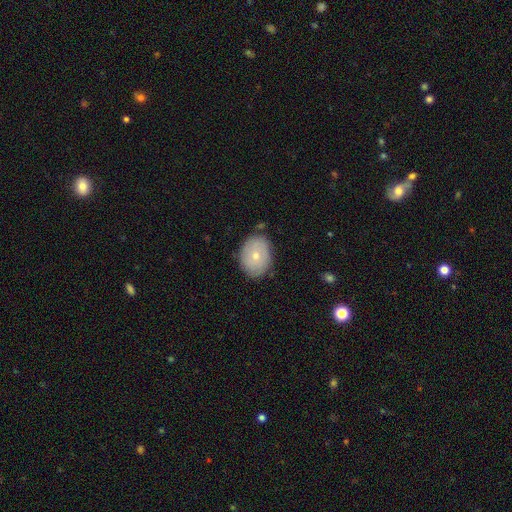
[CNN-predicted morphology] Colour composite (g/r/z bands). It shows a smooth galaxy with no disk features (63%) that is in between round and cigar-shaped (66%). Merging: none (80%).